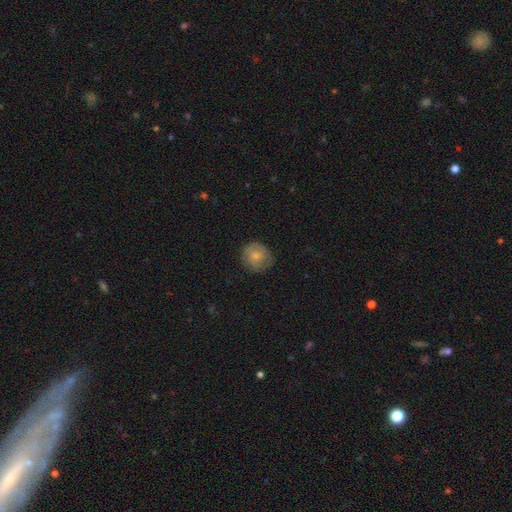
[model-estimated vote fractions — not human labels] smooth_or_featured: smooth (p=0.63) [alt: featured or disk p=0.30]
how_rounded: round (p=0.87) [alt: in between p=0.12]
merging: none (p=0.76) [alt: minor disturbance p=0.18]